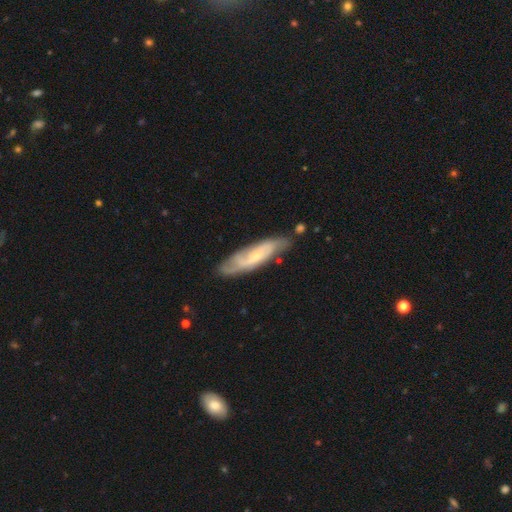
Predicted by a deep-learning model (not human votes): Smooth or featured? featured or disk (70%)
Edge-on disk? no (76%)
Bar? no (59%)
Spiral arms? yes (89%)
Bulge size? small (71%)
Merging? none (69%)